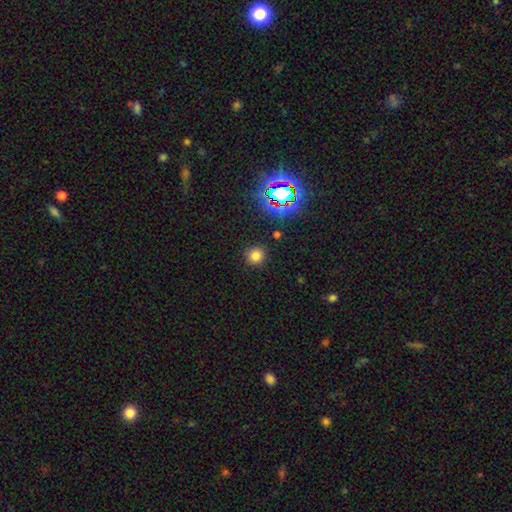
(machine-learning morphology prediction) Overall: smooth (75%). How rounded: round (92%). Merging: none (88%).